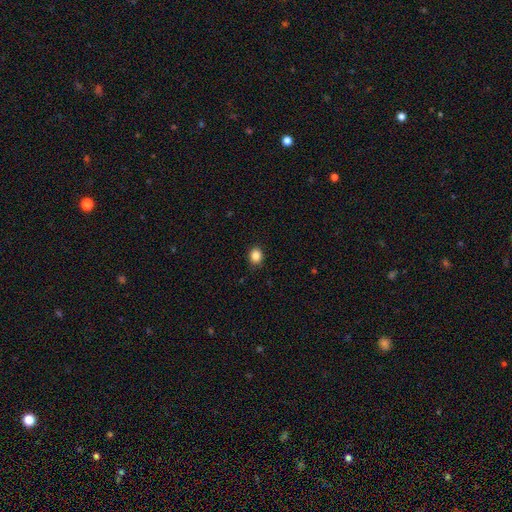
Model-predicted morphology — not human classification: This appears to be a smooth galaxy with no disk features (86%) that is round (58%). Merging: none (88%).